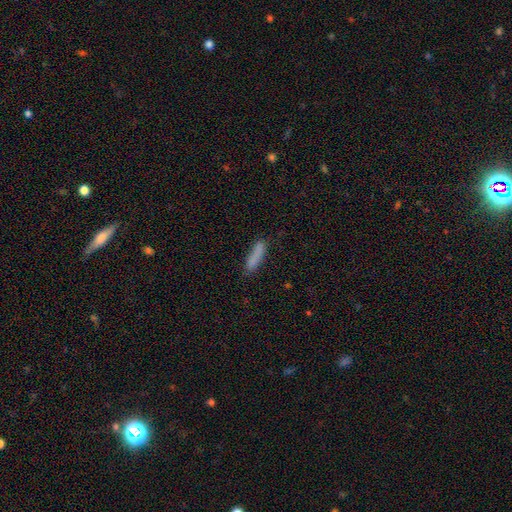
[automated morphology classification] A smooth galaxy with no disk features (83%) that is cigar-shaped (76%).

Vote fractions:
- Smooth or featured? smooth: 83% / featured or disk: 9% / star or artifact: 8%
- How rounded? cigar-shaped: 76% / in between: 23% / round: 2%
- Merging? none: 74% / minor disturbance: 17% / merger: 4% / major disturbance: 4%